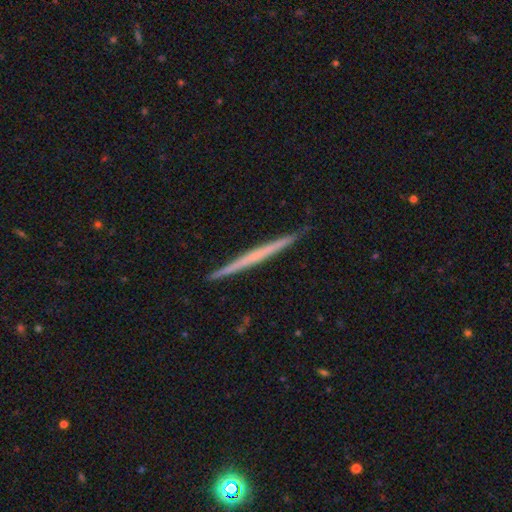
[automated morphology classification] Smooth or featured: featured or disk — 57% (smooth — 37%)
Edge-on disk: yes — 98% (no — 2%)
Edge-on bulge: none — 86% (rounded — 10%)
Merging: none — 91% (minor disturbance — 7%)